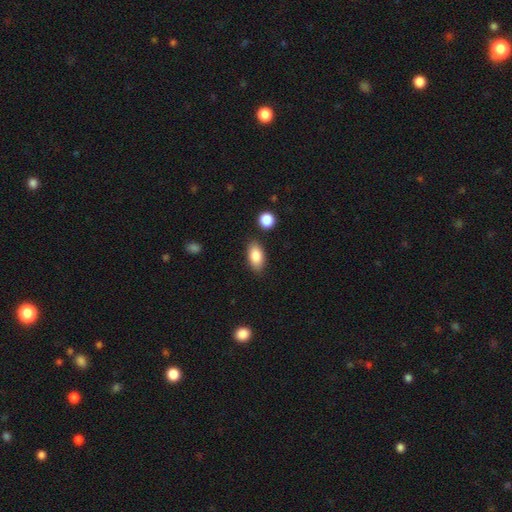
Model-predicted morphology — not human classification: smooth-or-featured: smooth: 85% | featured or disk: 8% | star or artifact: 7%
  how-rounded: in between: 91% | cigar-shaped: 5% | round: 4%
  merging: none: 84% | minor disturbance: 11% | merger: 3% | major disturbance: 3%